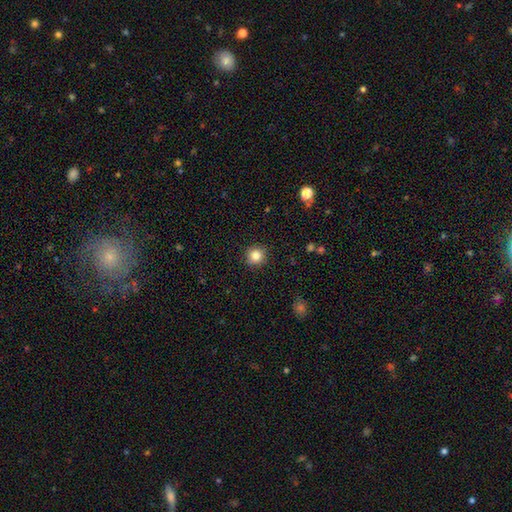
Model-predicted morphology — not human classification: This appears to be a smooth galaxy with no disk features (84%) that is round (93%). Merging: none (91%).